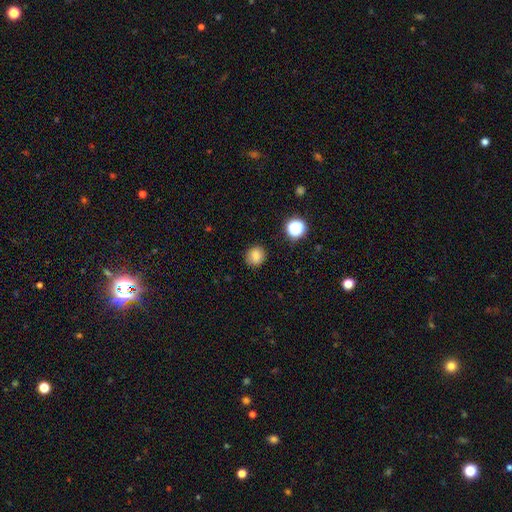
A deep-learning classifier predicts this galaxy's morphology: Smooth or featured: smooth — 82% (star or artifact — 12%)
How rounded: round — 80% (in between — 19%)
Merging: none — 86% (minor disturbance — 10%)